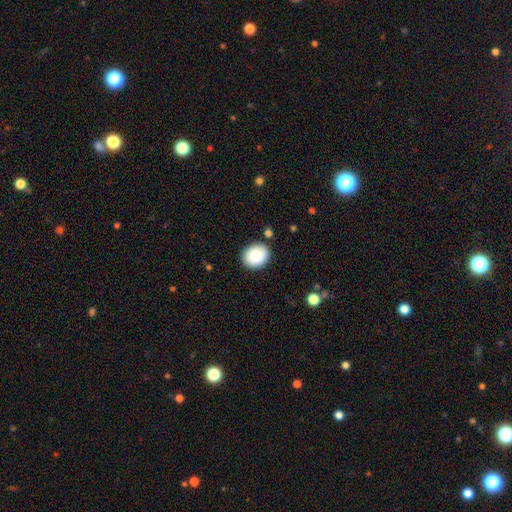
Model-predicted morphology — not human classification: Smooth or featured?
  - smooth: 88% *
  - star or artifact: 7%
  - featured or disk: 5%
How rounded?
  - round: 58% *
  - in between: 41%
  - cigar-shaped: 1%
Merging?
  - none: 88% *
  - minor disturbance: 8%
  - major disturbance: 2%
  - merger: 2%